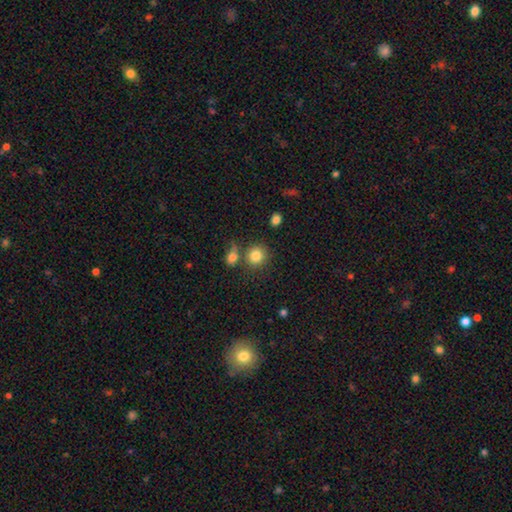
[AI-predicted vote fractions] Morphology: type=smooth (83%); roundness=round (86%); merging=none (69%).